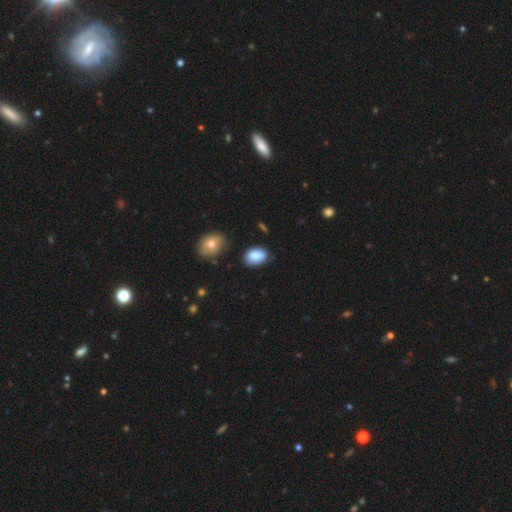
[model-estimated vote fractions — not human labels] Smooth or featured? smooth (83%)
How rounded? in between (86%)
Merging? none (69%)